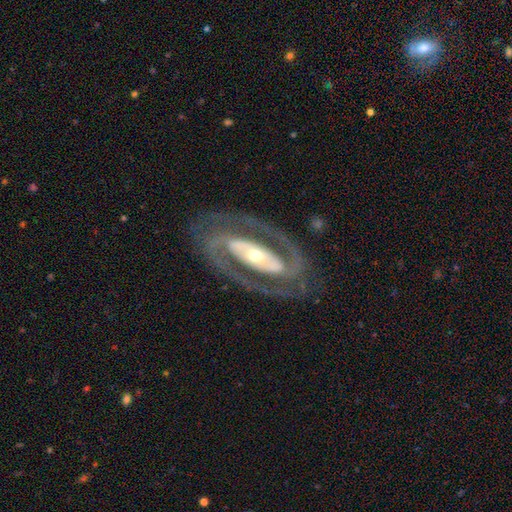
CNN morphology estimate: Q: Smooth or featured?
A: featured or disk (91%); runner-up: smooth (5%)
Q: Edge-on disk?
A: no (95%); runner-up: yes (5%)
Q: Bar?
A: strong (55%); runner-up: no (25%)
Q: Spiral arms?
A: yes (94%); runner-up: no (6%)
Q: Spiral winding?
A: medium (46%); runner-up: tight (44%)
Q: Spiral arm count?
A: 2 (92%); runner-up: can't tell (3%)
Q: Bulge size?
A: small (46%); tied with: moderate (46%)
Q: Merging?
A: none (82%); runner-up: minor disturbance (11%)